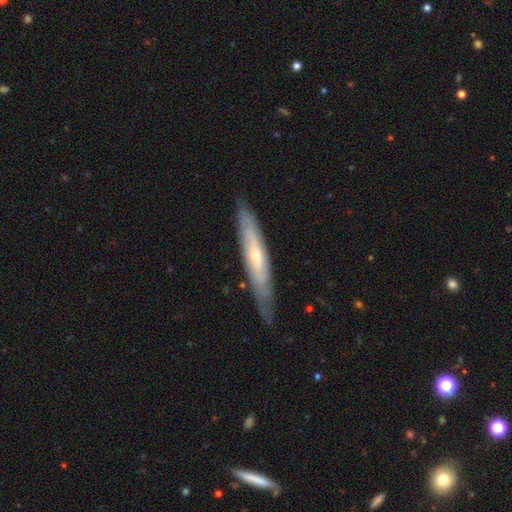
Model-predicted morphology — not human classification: smooth_or_featured: featured or disk (p=0.66) [alt: smooth p=0.28]
disk_edge_on: yes (p=0.62) [alt: no p=0.38]
merging: none (p=0.78) [alt: minor disturbance p=0.17]